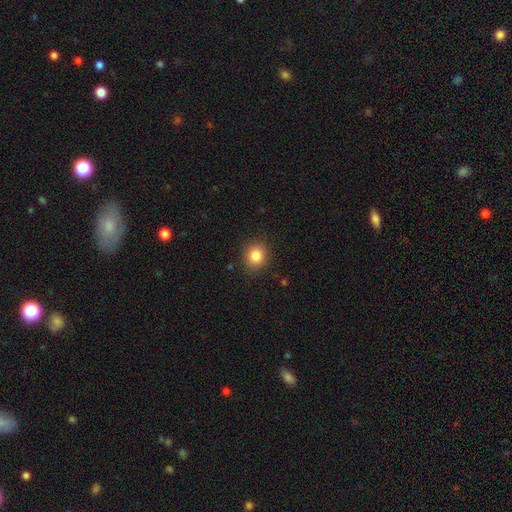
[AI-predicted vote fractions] smooth_or_featured: smooth (p=0.84) [alt: star or artifact p=0.10]
how_rounded: round (p=0.77) [alt: in between p=0.22]
merging: none (p=0.88) [alt: minor disturbance p=0.08]